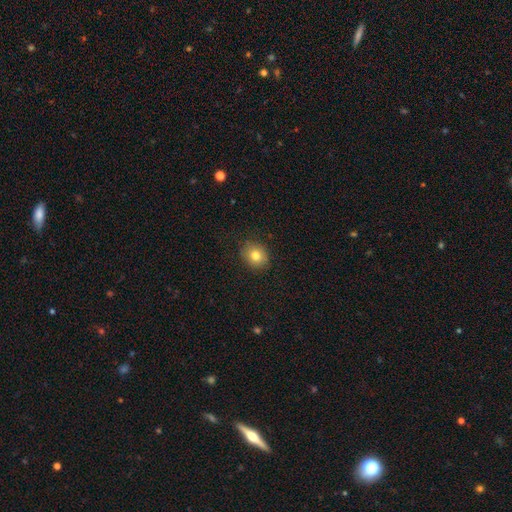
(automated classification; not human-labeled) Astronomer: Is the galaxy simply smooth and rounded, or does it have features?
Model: smooth — 80%.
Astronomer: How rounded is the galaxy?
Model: round — 69%.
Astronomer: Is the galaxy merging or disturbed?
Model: none — 87%.